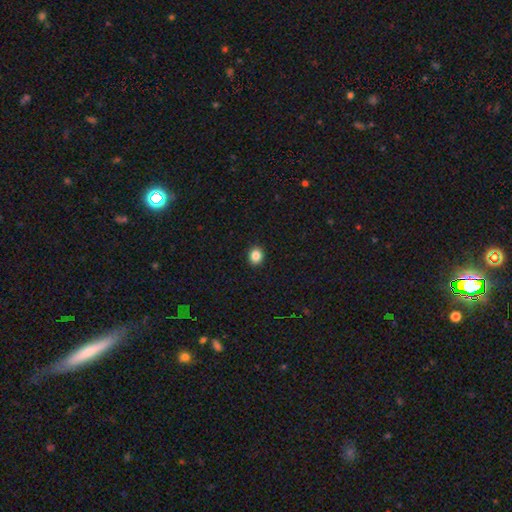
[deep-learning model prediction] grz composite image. It shows a smooth galaxy with no disk features (85%) that is round (68%). Merging: none (92%).